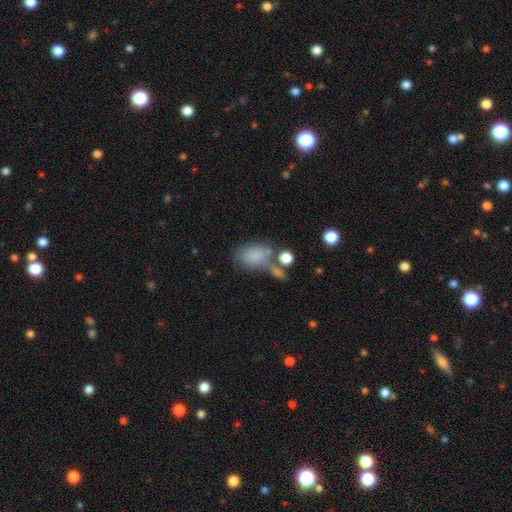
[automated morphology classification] type=smooth (79%); roundness=in between (80%); merging=none (42%).